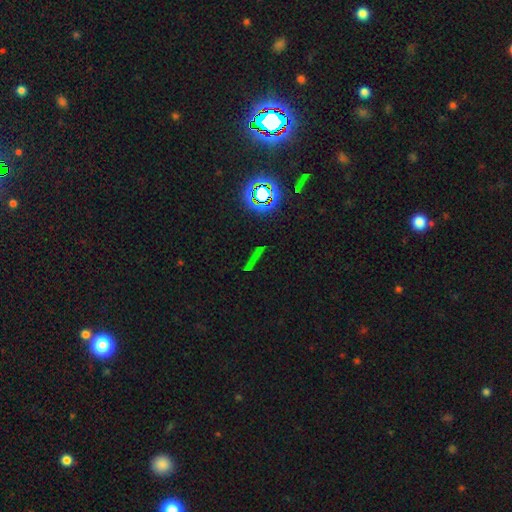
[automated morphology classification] This is likely a star or artifact rather than a galaxy (63%).